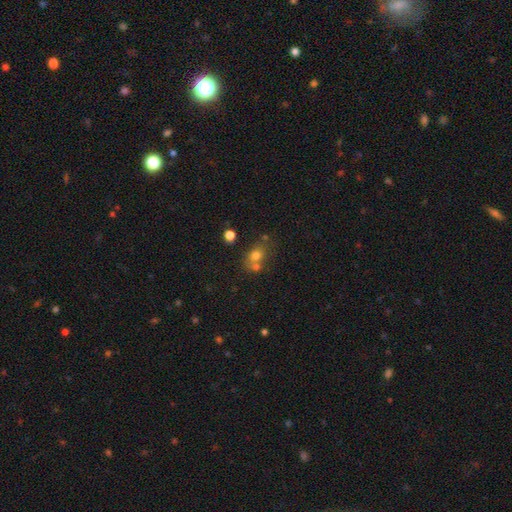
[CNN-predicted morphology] smooth-or-featured: smooth: 69% | featured or disk: 16% | star or artifact: 15%
  how-rounded: round: 55% | in between: 43% | cigar-shaped: 2%
  merging: none: 42% | merger: 41% | minor disturbance: 12% | major disturbance: 5%